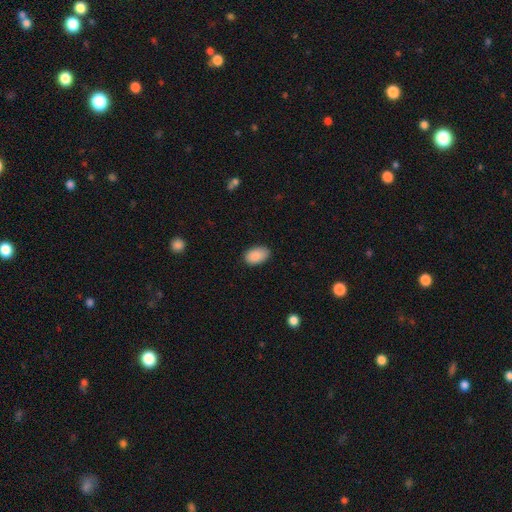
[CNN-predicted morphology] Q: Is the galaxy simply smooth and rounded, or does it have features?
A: smooth — 89%.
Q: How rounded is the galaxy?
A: in between — 92%.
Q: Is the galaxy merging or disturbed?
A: none — 84%.